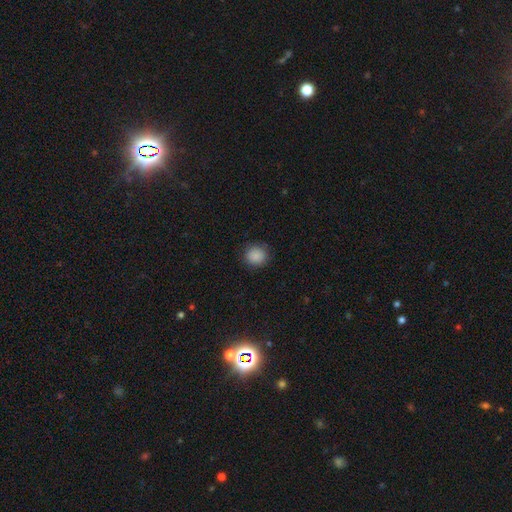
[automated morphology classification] type=smooth (88%); roundness=round (89%); merging=none (88%).